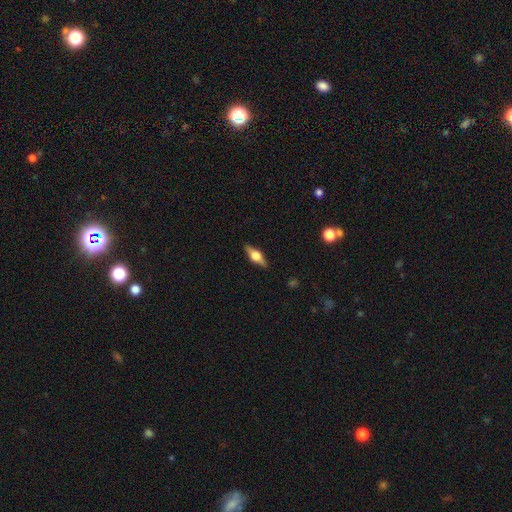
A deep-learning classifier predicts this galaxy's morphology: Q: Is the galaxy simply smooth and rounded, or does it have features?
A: featured or disk — 60%.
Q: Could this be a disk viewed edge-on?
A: yes — 94%.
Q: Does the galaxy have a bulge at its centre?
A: rounded — 92%.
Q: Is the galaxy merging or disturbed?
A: none — 88%.